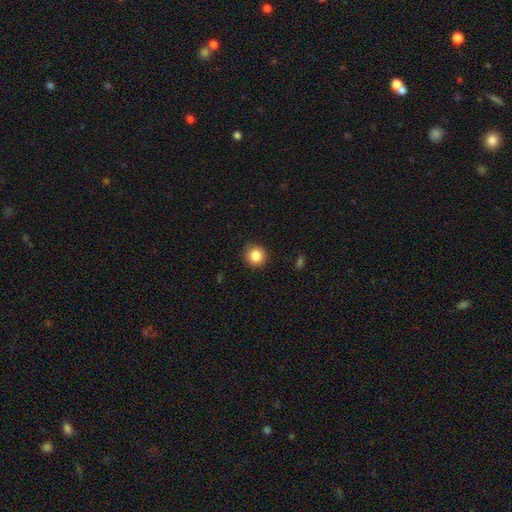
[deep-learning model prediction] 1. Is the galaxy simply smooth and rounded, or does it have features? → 85% smooth, 10% star or artifact, 5% featured or disk.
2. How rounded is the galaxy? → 93% round, 6% in between, 1% cigar-shaped.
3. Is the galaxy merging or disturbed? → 91% none, 7% minor disturbance, 2% major disturbance, 1% merger.